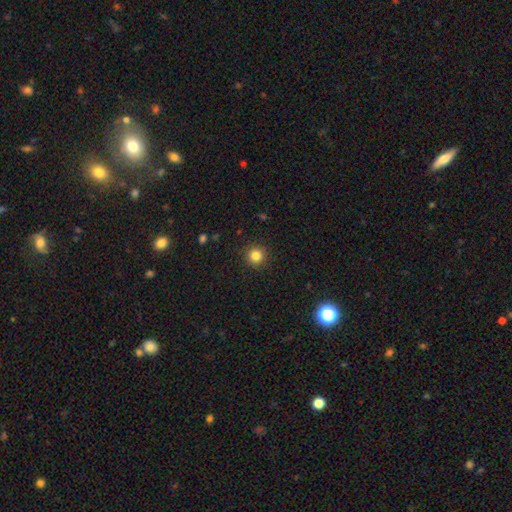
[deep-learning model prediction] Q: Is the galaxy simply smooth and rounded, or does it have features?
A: smooth — 83%.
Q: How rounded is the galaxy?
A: round — 95%.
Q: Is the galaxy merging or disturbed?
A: none — 92%.